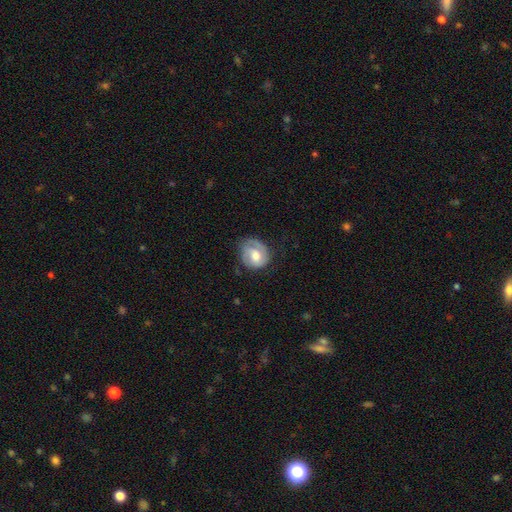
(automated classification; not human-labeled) Overall: featured or disk (57%; smooth 36%). Edge-on disk: no (97%). Bar: no (50%; weak 41%). Spiral arms: yes (84%). Bulge size: moderate (61%). Merging: none (64%; minor disturbance 24%).